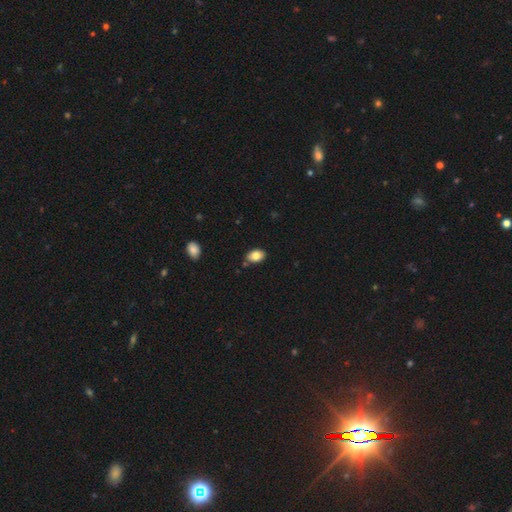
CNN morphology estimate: smooth 82%, featured or disk 10%, star or artifact 8%. Down the decision tree: how rounded — in between (87%); merging — none (80%).